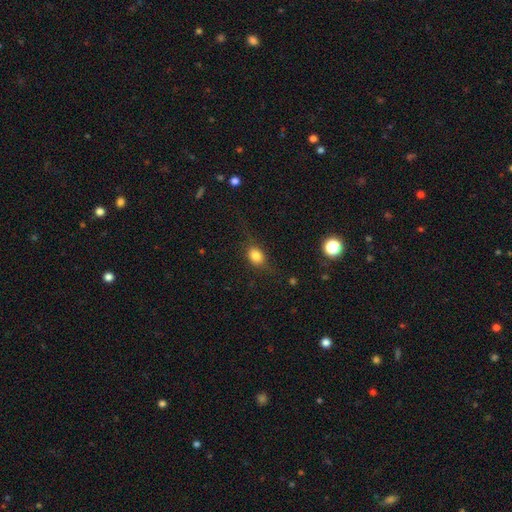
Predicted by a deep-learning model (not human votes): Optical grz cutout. It shows a smooth galaxy with no disk features (77%) that is in between round and cigar-shaped (67%). Merging: none (68%).